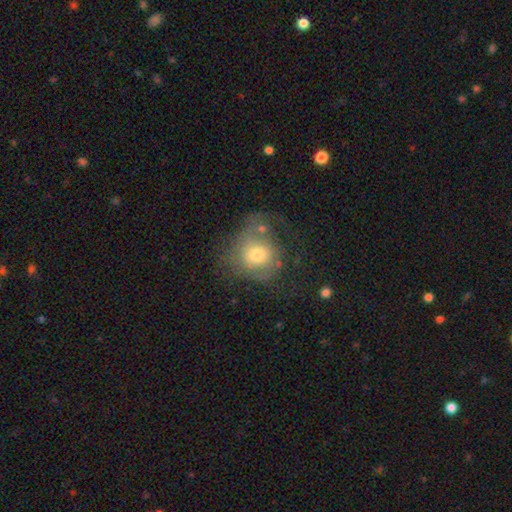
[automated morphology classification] type=smooth (52%); roundness=round (77%); merging=none (40%).